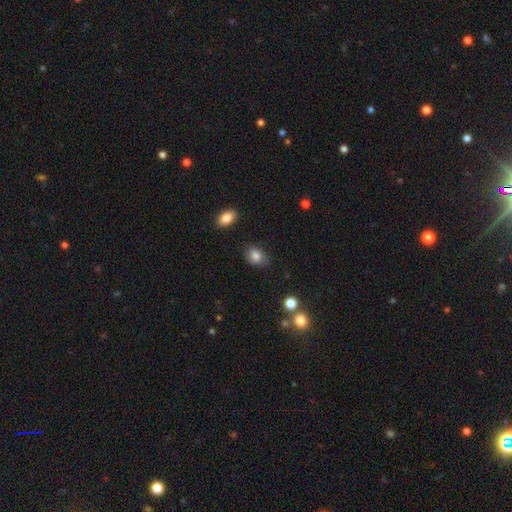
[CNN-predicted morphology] Smooth or featured?
  - smooth: 80% *
  - featured or disk: 11%
  - star or artifact: 9%
How rounded?
  - in between: 68% *
  - round: 31%
  - cigar-shaped: 1%
Merging?
  - none: 73% *
  - minor disturbance: 20%
  - major disturbance: 5%
  - merger: 2%